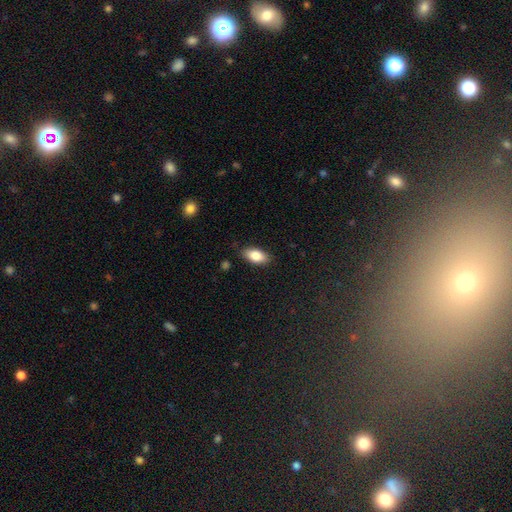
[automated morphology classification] This is clearly a smooth galaxy (84%). How rounded: clearly in between (91%). Merging: clearly none (85%).